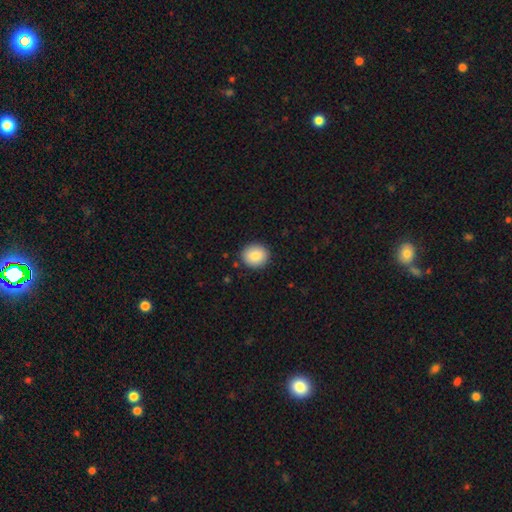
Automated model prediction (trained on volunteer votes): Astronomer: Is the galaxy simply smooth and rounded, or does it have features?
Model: smooth — 87%.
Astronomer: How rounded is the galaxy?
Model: round — 82%.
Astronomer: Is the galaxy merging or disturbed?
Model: none — 89%.